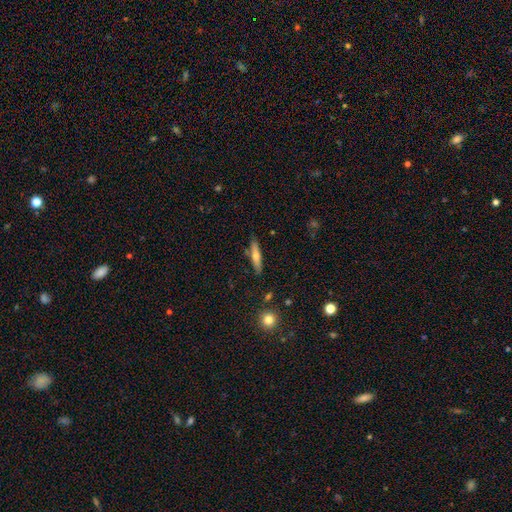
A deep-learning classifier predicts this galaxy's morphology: type=smooth (55%); roundness=cigar-shaped (83%); merging=none (83%).